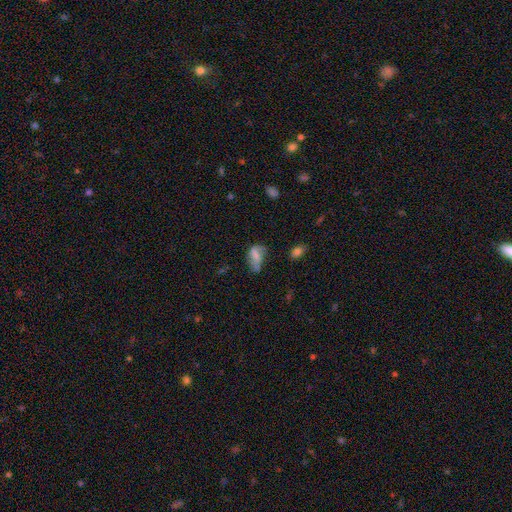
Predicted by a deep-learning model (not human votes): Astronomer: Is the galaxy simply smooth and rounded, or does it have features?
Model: smooth — 58%.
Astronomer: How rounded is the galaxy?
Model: in between — 86%.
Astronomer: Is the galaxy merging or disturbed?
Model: none — 35% (runner-up: minor disturbance, 33%).